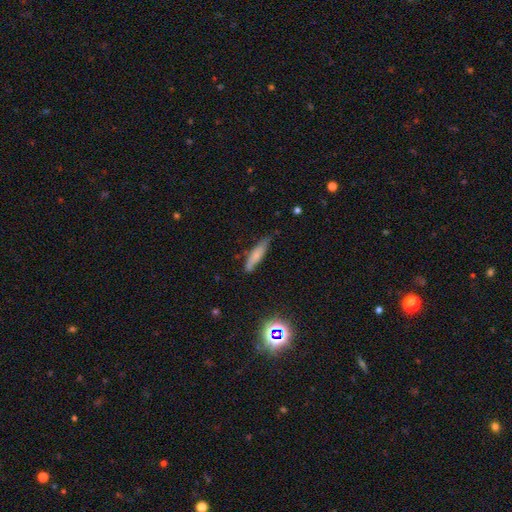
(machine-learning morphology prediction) Smooth or featured?
  - smooth: 64% *
  - featured or disk: 27%
  - star or artifact: 10%
How rounded?
  - cigar-shaped: 75% *
  - in between: 23%
  - round: 2%
Merging?
  - none: 66% *
  - minor disturbance: 26%
  - major disturbance: 5%
  - merger: 3%